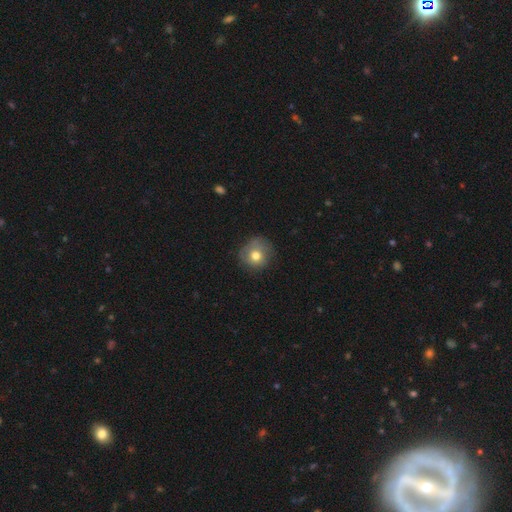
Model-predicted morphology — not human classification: smooth 71%, featured or disk 19%, star or artifact 10%. Down the decision tree: how rounded — round (89%); merging — none (70%).